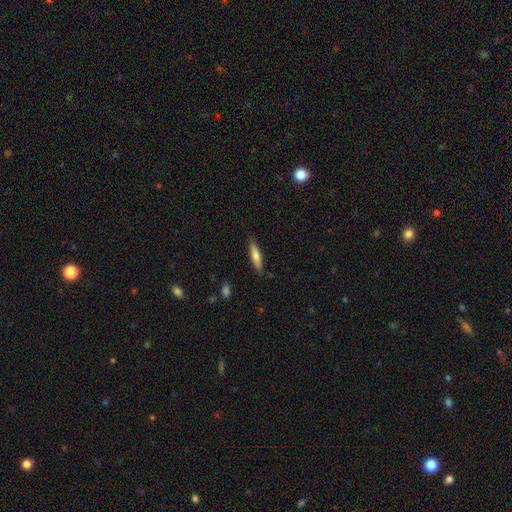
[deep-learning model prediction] smooth-or-featured: smooth: 60% | featured or disk: 34% | star or artifact: 6%
  how-rounded: cigar-shaped: 81% | in between: 17% | round: 2%
  merging: none: 87% | minor disturbance: 10% | major disturbance: 2% | merger: 1%